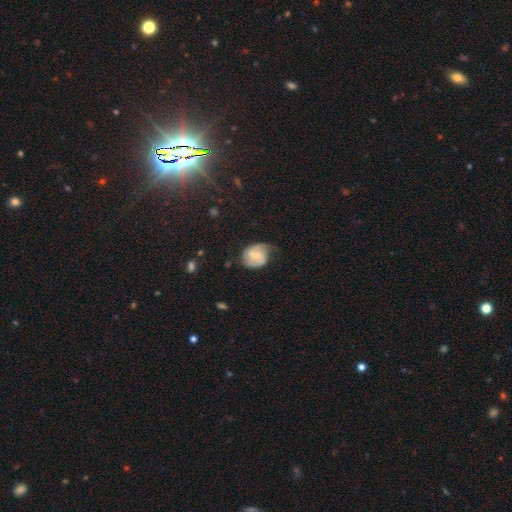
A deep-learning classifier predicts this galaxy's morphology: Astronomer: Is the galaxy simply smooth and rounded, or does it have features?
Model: featured or disk — 58% (runner-up: smooth, 35%).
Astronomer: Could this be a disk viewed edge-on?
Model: no — 97%.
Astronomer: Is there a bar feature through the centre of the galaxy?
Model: weak — 45% (runner-up: no, 44%).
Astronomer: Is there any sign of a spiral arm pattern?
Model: yes — 85%.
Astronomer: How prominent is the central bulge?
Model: small — 50% (runner-up: moderate, 41%).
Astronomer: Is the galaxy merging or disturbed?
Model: none — 51% (runner-up: minor disturbance, 34%).